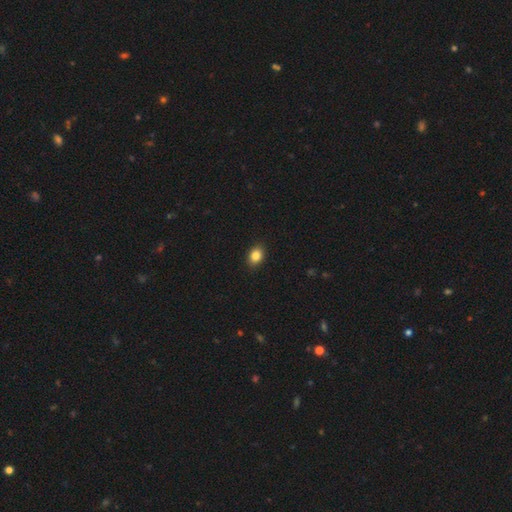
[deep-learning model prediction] Smooth or featured? smooth (85%)
How rounded? in between (65%)
Merging? none (89%)